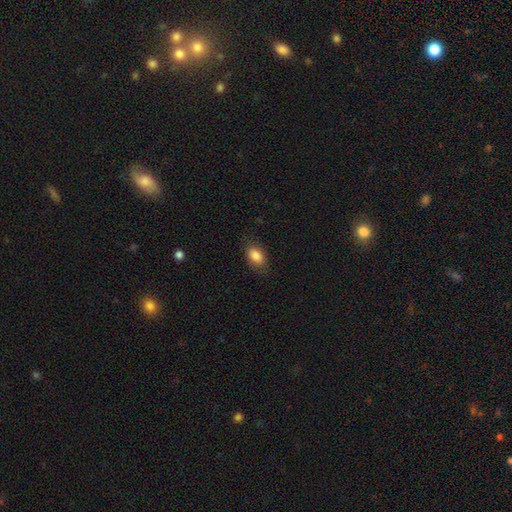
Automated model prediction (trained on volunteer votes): smooth 86%, star or artifact 8%, featured or disk 6%. Down the decision tree: how rounded — in between (87%); merging — none (81%).